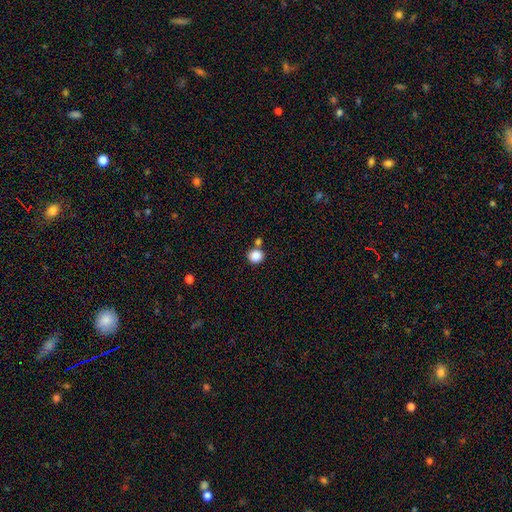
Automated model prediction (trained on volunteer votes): Smooth or featured: smooth — 86% (star or artifact — 10%)
How rounded: round — 92% (in between — 7%)
Merging: none — 73% (merger — 16%)